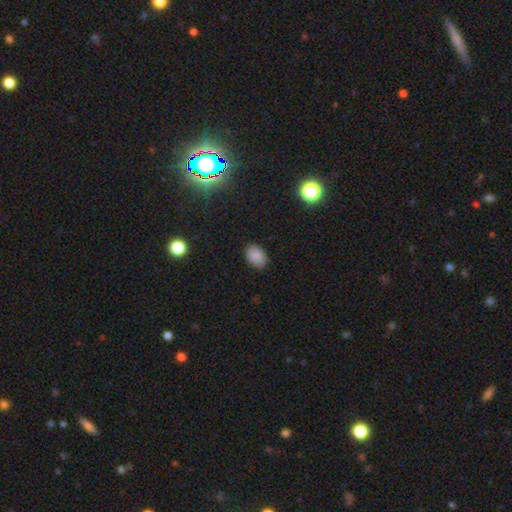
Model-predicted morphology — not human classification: The model was most divided on "how rounded": in between: 83%, round: 16%, cigar-shaped: 1%. More confident: smooth or featured — smooth (86%); merging — none (86%).